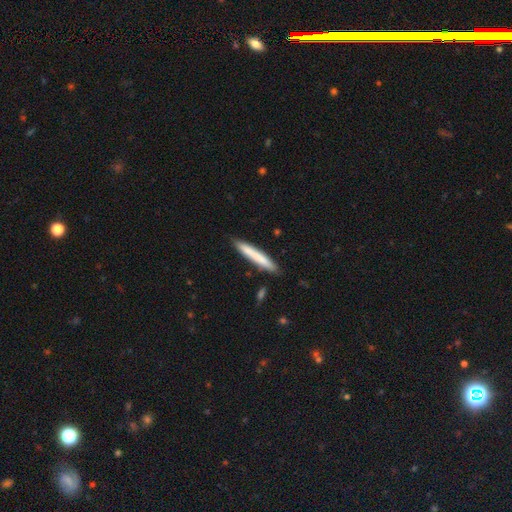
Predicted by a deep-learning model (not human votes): This appears to be a smooth galaxy with no disk features (76%) that is cigar-shaped (94%). Merging: none (87%).